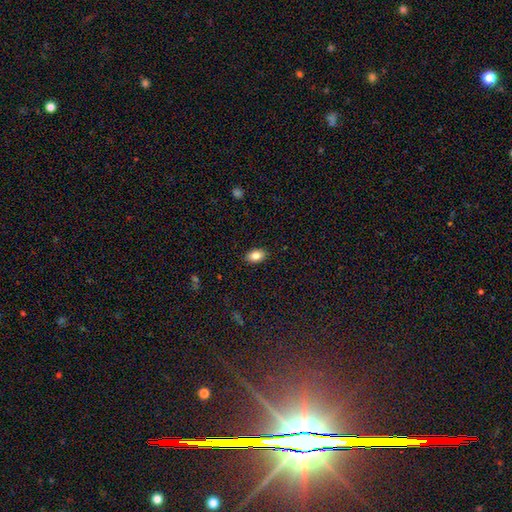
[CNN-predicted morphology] Smooth or featured?
  - smooth: 85% *
  - star or artifact: 8%
  - featured or disk: 7%
How rounded?
  - in between: 89% *
  - round: 10%
  - cigar-shaped: 1%
Merging?
  - none: 89% *
  - minor disturbance: 8%
  - major disturbance: 2%
  - merger: 1%